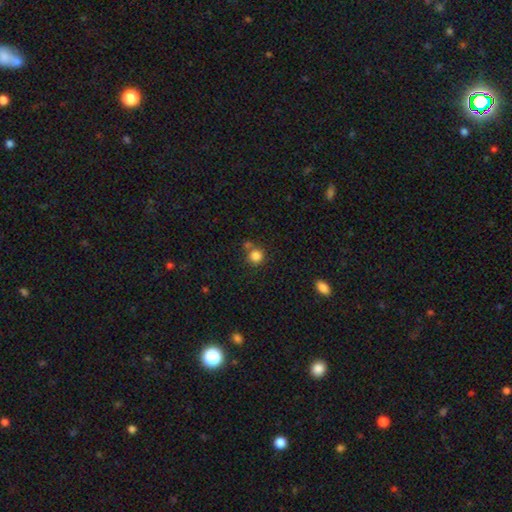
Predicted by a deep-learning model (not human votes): Smooth or featured?
  - smooth: 83% *
  - star or artifact: 12%
  - featured or disk: 5%
How rounded?
  - round: 92% *
  - in between: 7%
  - cigar-shaped: 1%
Merging?
  - none: 66% *
  - merger: 20%
  - minor disturbance: 10%
  - major disturbance: 4%